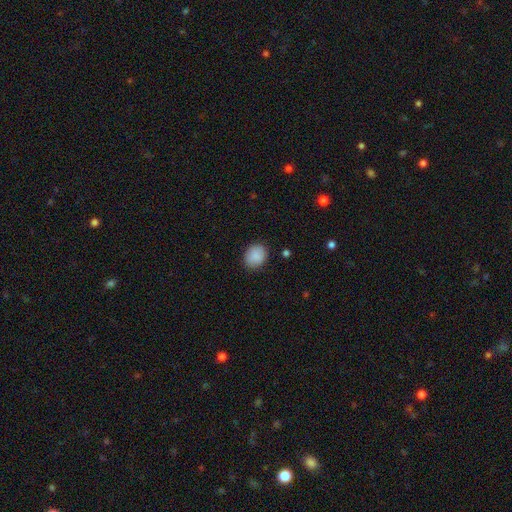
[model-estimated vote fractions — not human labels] smooth 89%, star or artifact 7%, featured or disk 4%. Down the decision tree: how rounded — round (61%); merging — none (86%).